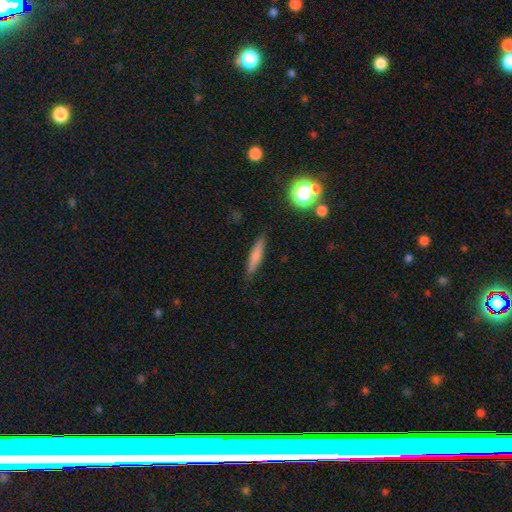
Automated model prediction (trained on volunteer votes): smooth-or-featured: smooth: 70% | featured or disk: 22% | star or artifact: 8%
  how-rounded: cigar-shaped: 84% | in between: 13% | round: 2%
  merging: none: 85% | minor disturbance: 11% | major disturbance: 2% | merger: 2%